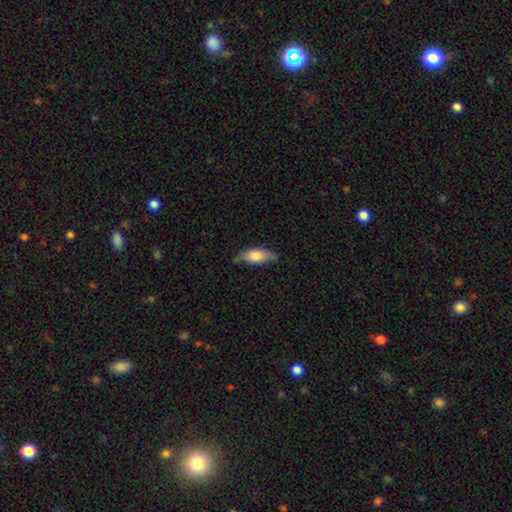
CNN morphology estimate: smooth-or-featured: smooth: 75% | featured or disk: 19% | star or artifact: 6%
  how-rounded: in between: 77% | cigar-shaped: 21% | round: 3%
  merging: none: 66% | minor disturbance: 27% | major disturbance: 5% | merger: 2%